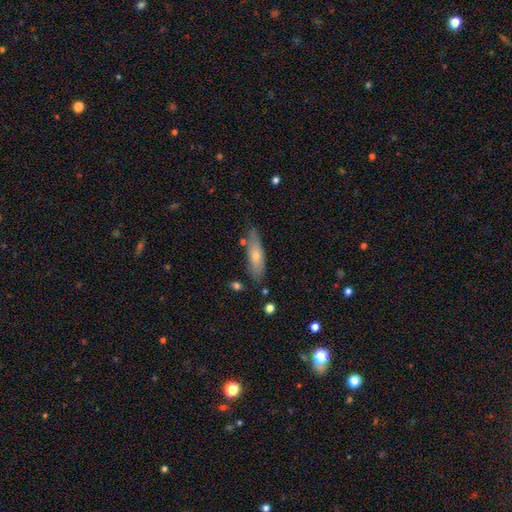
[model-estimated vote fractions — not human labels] Smooth or featured?
  - smooth: 59% *
  - featured or disk: 33%
  - star or artifact: 8%
How rounded?
  - cigar-shaped: 63% *
  - in between: 35%
  - round: 2%
Merging?
  - none: 77% *
  - minor disturbance: 17%
  - merger: 3%
  - major disturbance: 3%